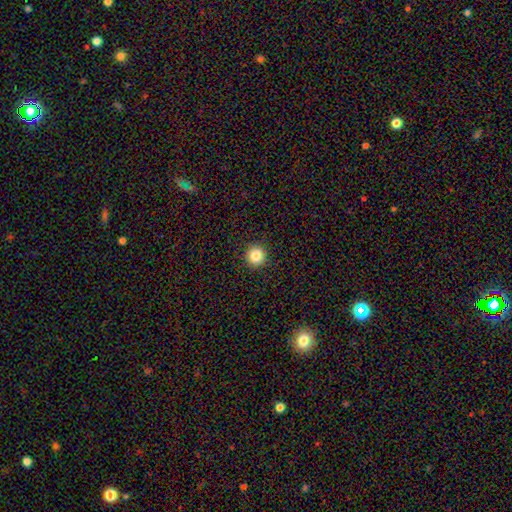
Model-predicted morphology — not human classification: smooth 84%, star or artifact 11%, featured or disk 5%. Down the decision tree: how rounded — round (95%); merging — none (93%).